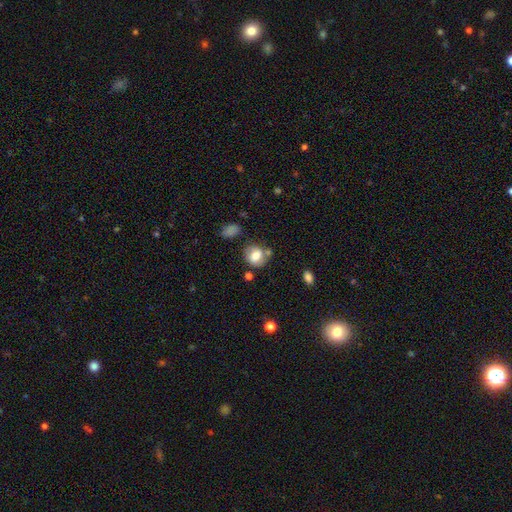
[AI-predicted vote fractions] This appears to be a smooth galaxy with no disk features (72%) that is round (67%). Merging: none (59%).